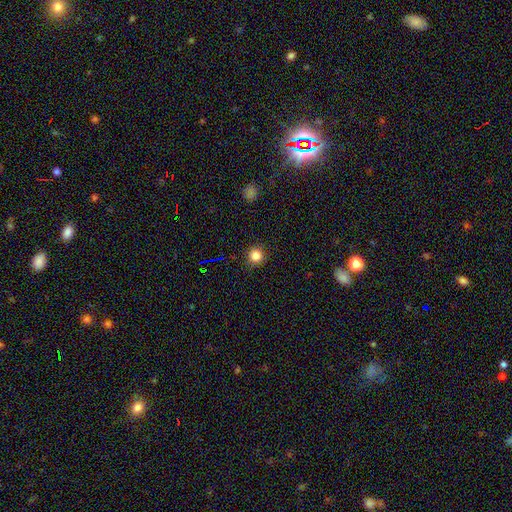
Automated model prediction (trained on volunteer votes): This is clearly a smooth galaxy (83%). How rounded: clearly round (95%). Merging: clearly none (91%).